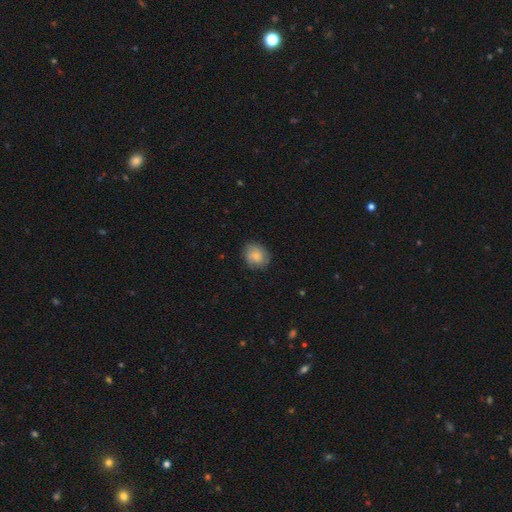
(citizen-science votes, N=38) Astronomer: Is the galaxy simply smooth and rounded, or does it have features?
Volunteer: smooth — 79%.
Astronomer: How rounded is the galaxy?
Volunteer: round — 63%.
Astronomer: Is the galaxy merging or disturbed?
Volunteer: none — 83%.